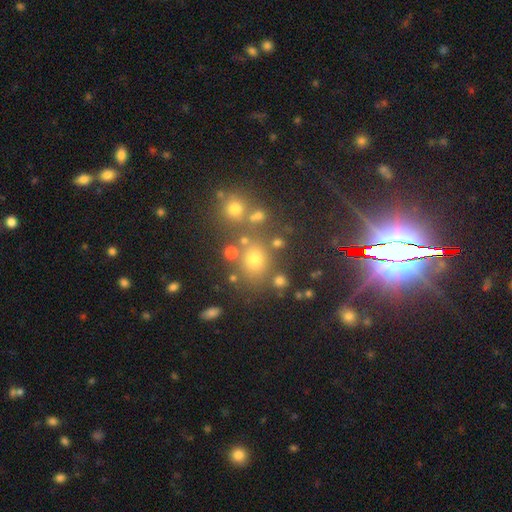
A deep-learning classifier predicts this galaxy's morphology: type=smooth (51%); roundness=round (69%); merging=none (68%).